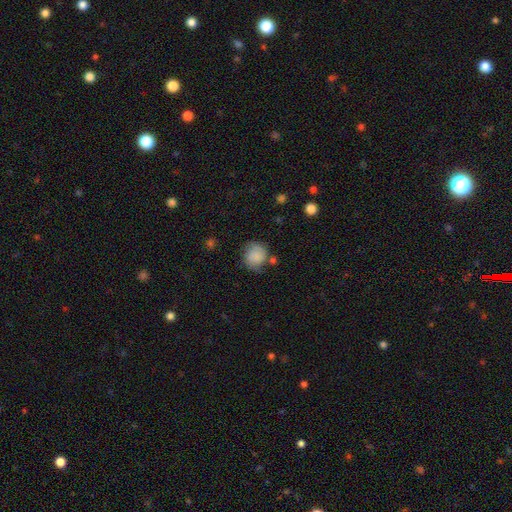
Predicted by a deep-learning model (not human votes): smooth-or-featured: smooth: 75% | featured or disk: 16% | star or artifact: 9%
  how-rounded: round: 78% | in between: 21% | cigar-shaped: 1%
  merging: none: 58% | minor disturbance: 26% | major disturbance: 10% | merger: 7%